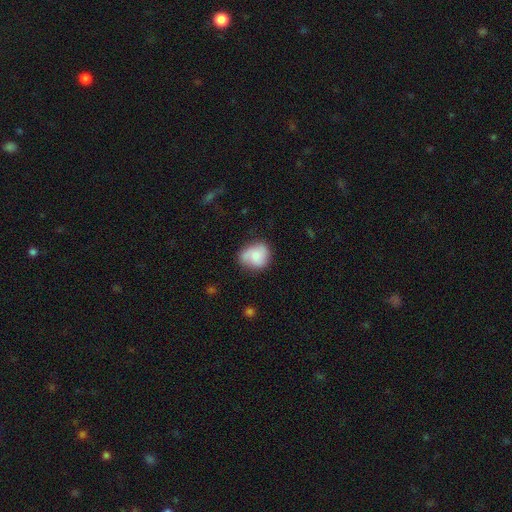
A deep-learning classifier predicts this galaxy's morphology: The model was most divided on "how rounded": round: 61%, in between: 38%, cigar-shaped: 1%. More confident: smooth or featured — smooth (65%); merging — none (59%).